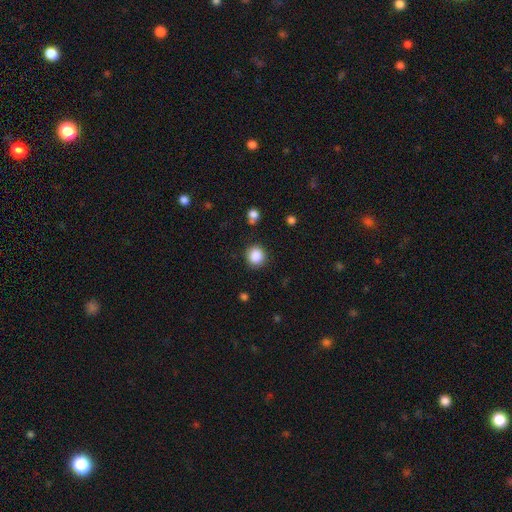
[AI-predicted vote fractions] A smooth galaxy with no disk features (87%) that is round (89%).

Vote fractions:
- Smooth or featured? smooth: 87% / star or artifact: 9% / featured or disk: 3%
- How rounded? round: 89% / in between: 11% / cigar-shaped: 1%
- Merging? none: 86% / minor disturbance: 9% / major disturbance: 3% / merger: 2%